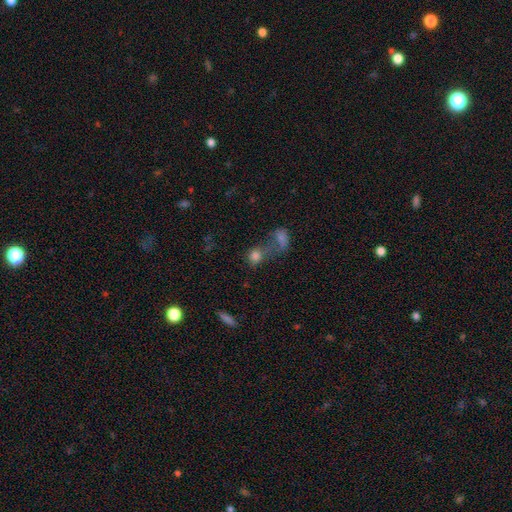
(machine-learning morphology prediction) Smooth or featured?
  - smooth: 77% *
  - star or artifact: 12%
  - featured or disk: 10%
How rounded?
  - round: 62% *
  - in between: 35%
  - cigar-shaped: 2%
Merging?
  - merger: 54% *
  - none: 26%
  - major disturbance: 11%
  - minor disturbance: 9%